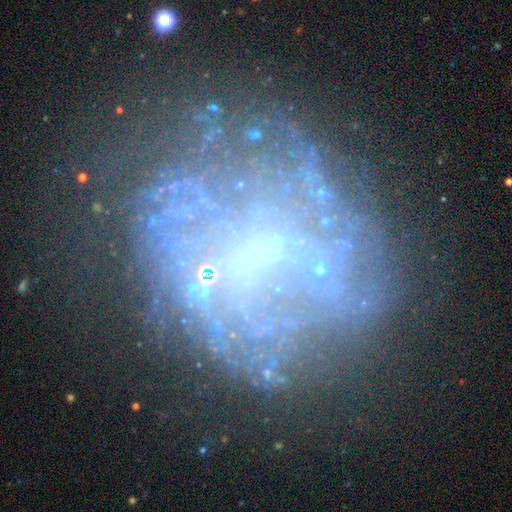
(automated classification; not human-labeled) This appears to be a featured or disk galaxy (64%) with no bar (66%), no spiral arms (66%) and no central bulge (48%). Merging: none (53%).